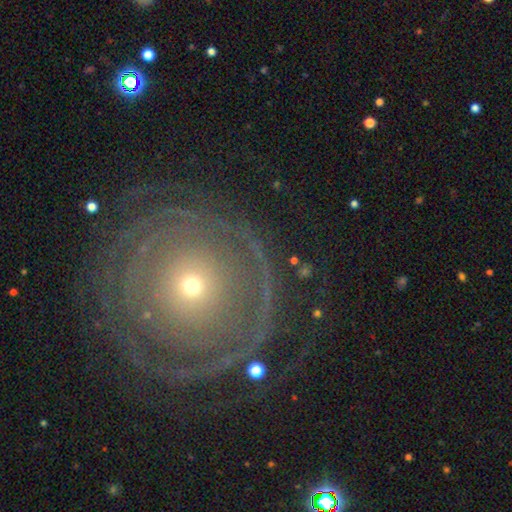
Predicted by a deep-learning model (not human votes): A featured or disk galaxy (71%) with no bar (88%), spiral arms (72%) and a small central bulge (72%).

Vote fractions:
- Smooth or featured? featured or disk: 71% / smooth: 19% / star or artifact: 11%
- Edge-on disk? no: 95% / yes: 5%
- Bar? no: 88% / weak: 8% / strong: 4%
- Spiral arms? yes: 72% / no: 28%
- Bulge size? small: 72% / moderate: 23% / large: 2% / dominant: 1% / none: 1%
- Merging? none: 79% / minor disturbance: 11% / major disturbance: 8% / merger: 2%